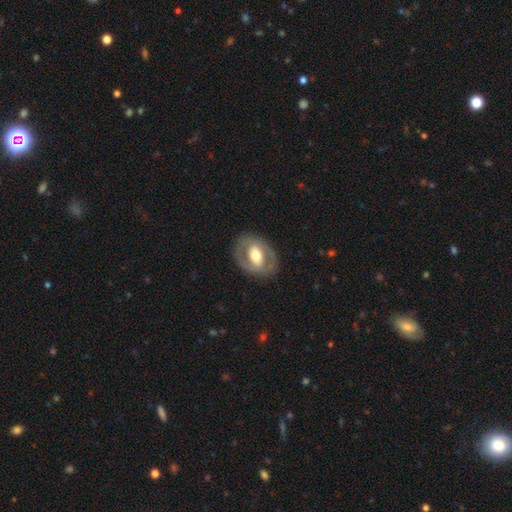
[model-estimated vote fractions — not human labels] This appears to be a featured or disk galaxy (66%) with no bar (34%), no spiral arms (59%) and a moderate central bulge (64%). Merging: none (81%).